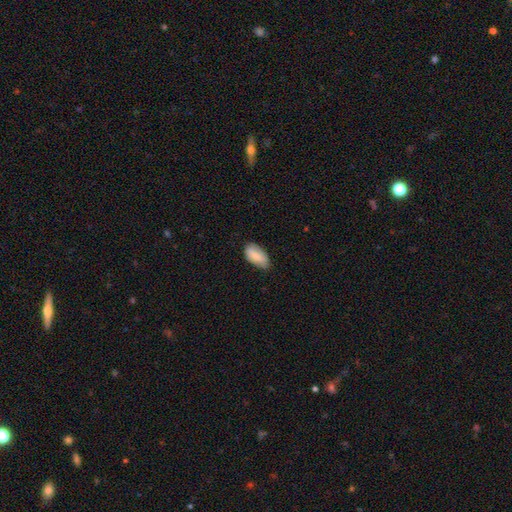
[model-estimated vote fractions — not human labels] Smooth or featured: smooth — 79% (featured or disk — 14%)
How rounded: in between — 93% (cigar-shaped — 4%)
Merging: none — 73% (minor disturbance — 23%)